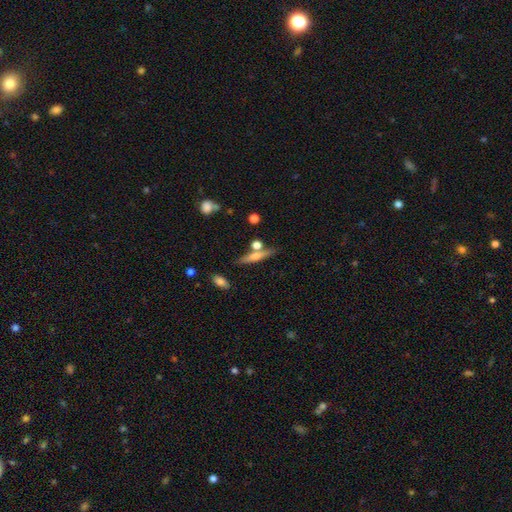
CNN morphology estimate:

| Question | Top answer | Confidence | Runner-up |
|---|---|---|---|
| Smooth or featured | smooth | 51% | featured or disk (41%) |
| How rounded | cigar-shaped | 82% | in between (13%) |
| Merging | none | 73% | merger (12%) |